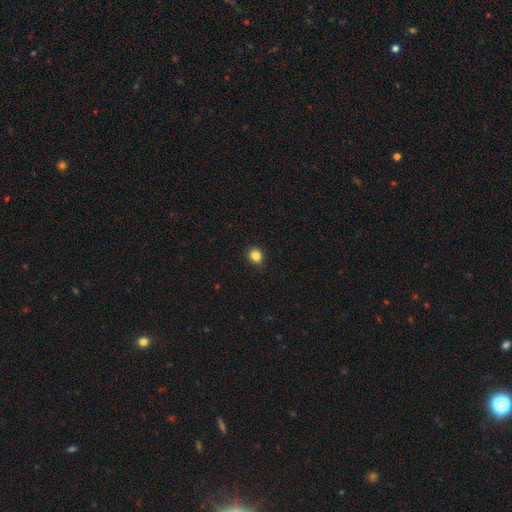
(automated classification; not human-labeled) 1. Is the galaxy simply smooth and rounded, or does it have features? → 85% smooth, 11% star or artifact, 4% featured or disk.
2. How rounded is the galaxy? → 74% round, 25% in between, 1% cigar-shaped.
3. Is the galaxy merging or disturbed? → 87% none, 10% minor disturbance, 2% major disturbance, 1% merger.